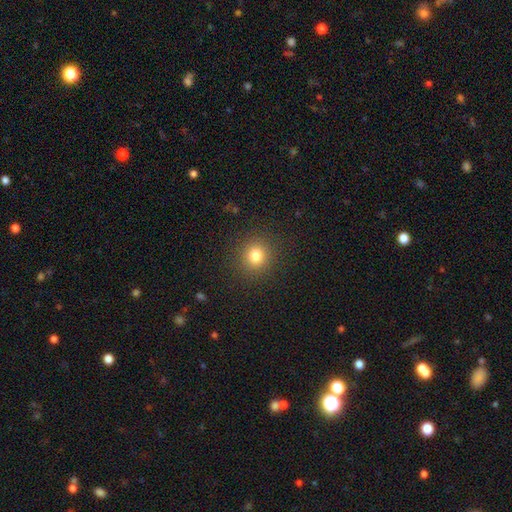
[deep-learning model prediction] Smooth or featured? smooth (80%)
How rounded? round (88%)
Merging? none (90%)